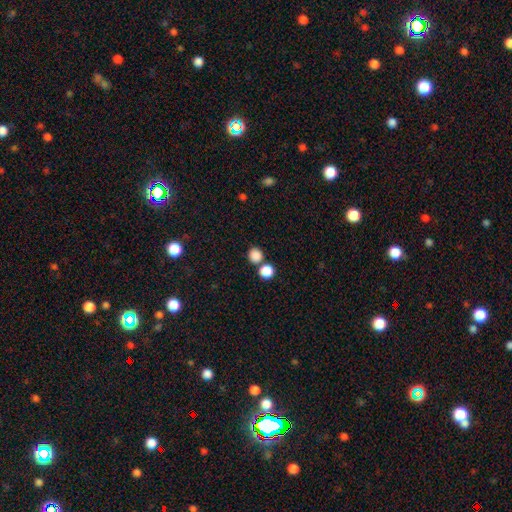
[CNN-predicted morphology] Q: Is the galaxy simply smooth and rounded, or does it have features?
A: smooth — 84%.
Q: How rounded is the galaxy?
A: round — 87%.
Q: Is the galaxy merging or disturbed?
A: none — 67%.